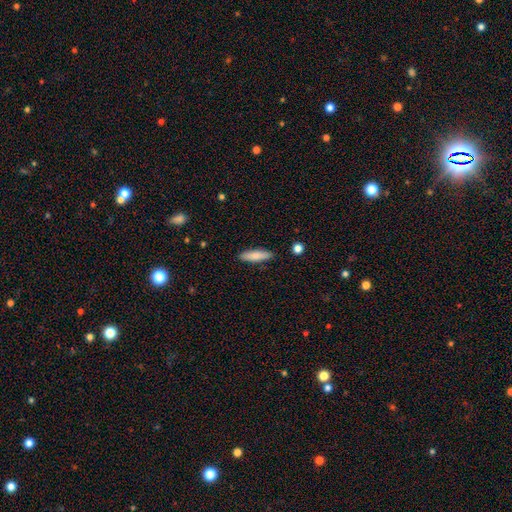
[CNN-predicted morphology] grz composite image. It shows a smooth galaxy with no disk features (82%) that is cigar-shaped (71%). Merging: none (89%).